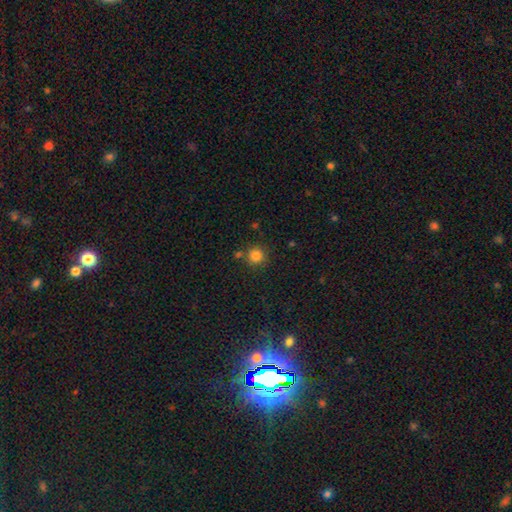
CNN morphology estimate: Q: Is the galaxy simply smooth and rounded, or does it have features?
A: smooth — 82%.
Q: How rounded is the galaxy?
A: round — 93%.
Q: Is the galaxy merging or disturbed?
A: none — 77%.